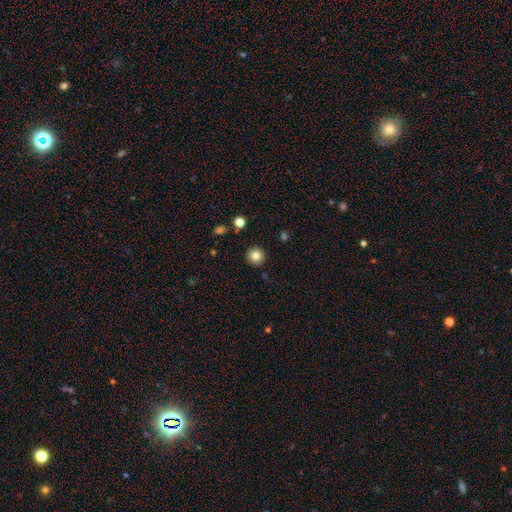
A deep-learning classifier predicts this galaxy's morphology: This appears to be a smooth galaxy with no disk features (82%) that is round (95%). Merging: none (91%).